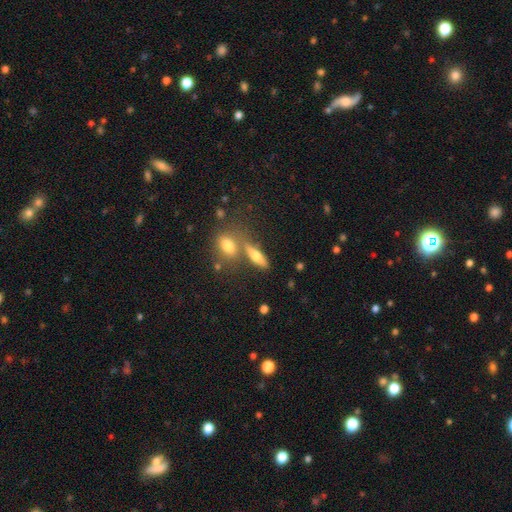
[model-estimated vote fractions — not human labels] This appears to be a smooth galaxy with no disk features (53%) that is cigar-shaped (49%). Merging: none (60%).